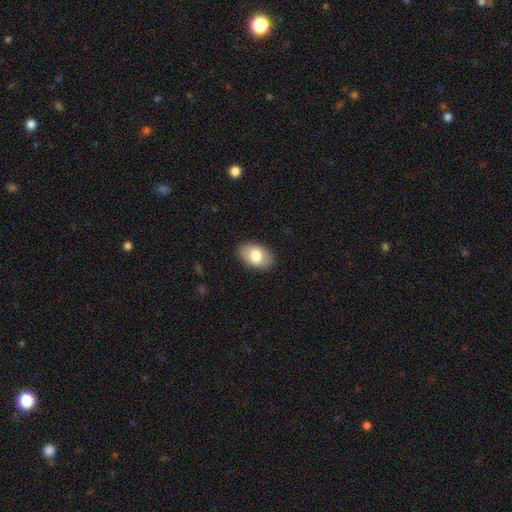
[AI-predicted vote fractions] smooth-or-featured: smooth: 78% | featured or disk: 16% | star or artifact: 6%
  how-rounded: in between: 91% | round: 8% | cigar-shaped: 1%
  merging: none: 88% | minor disturbance: 9% | major disturbance: 2% | merger: 1%